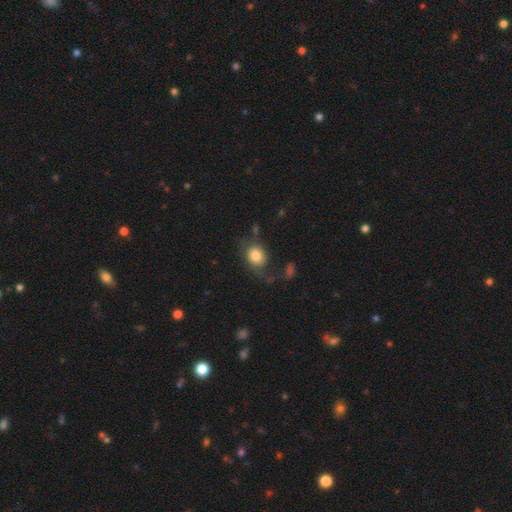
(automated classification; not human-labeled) Smooth or featured? Predicted: smooth (p=0.72). How rounded? Predicted: round (p=0.58). Merging? Predicted: none (p=0.41).